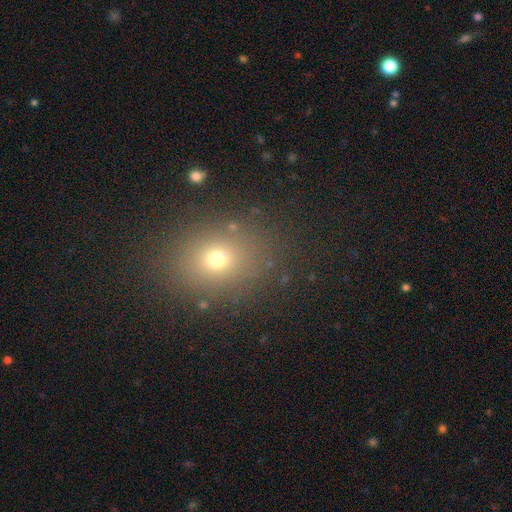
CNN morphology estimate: A smooth galaxy with no disk features (64%) that is round (51%). Merging: none (87%).